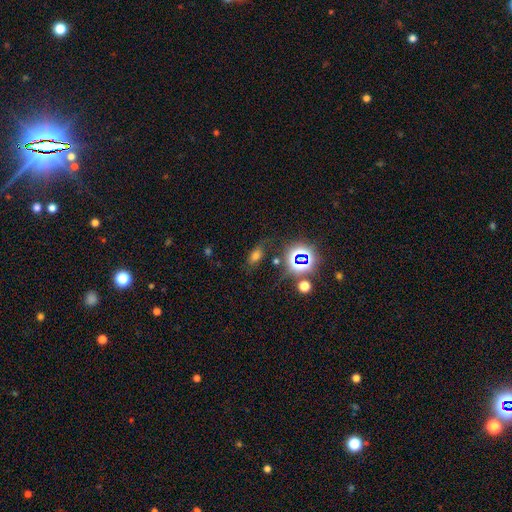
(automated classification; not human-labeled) A smooth galaxy with no disk features (56%) that is in between round and cigar-shaped (80%).

Vote fractions:
- Smooth or featured? smooth: 56% / star or artifact: 32% / featured or disk: 12%
- How rounded? in between: 80% / round: 12% / cigar-shaped: 7%
- Merging? none: 70% / minor disturbance: 17% / major disturbance: 8% / merger: 5%